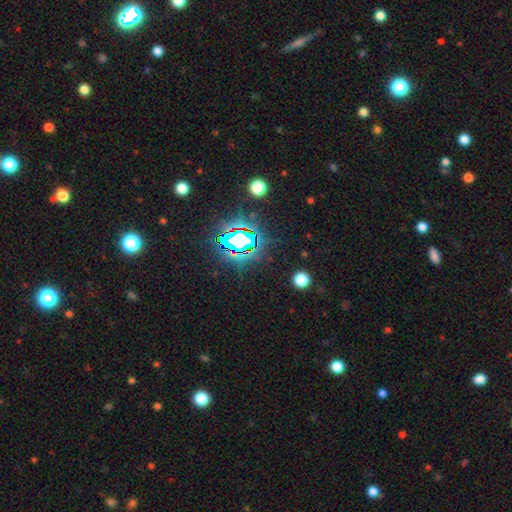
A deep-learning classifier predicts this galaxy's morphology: Smooth or featured: star or artifact — 81% (smooth — 12%)